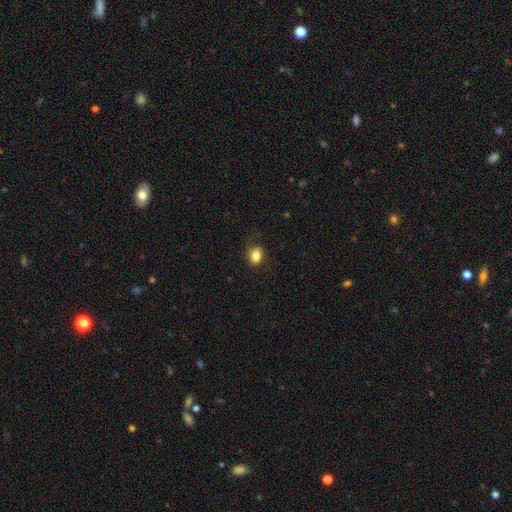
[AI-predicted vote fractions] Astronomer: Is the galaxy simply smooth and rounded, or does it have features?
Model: smooth — 84%.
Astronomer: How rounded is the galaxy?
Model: in between — 68%.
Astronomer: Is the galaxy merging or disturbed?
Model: none — 73%.